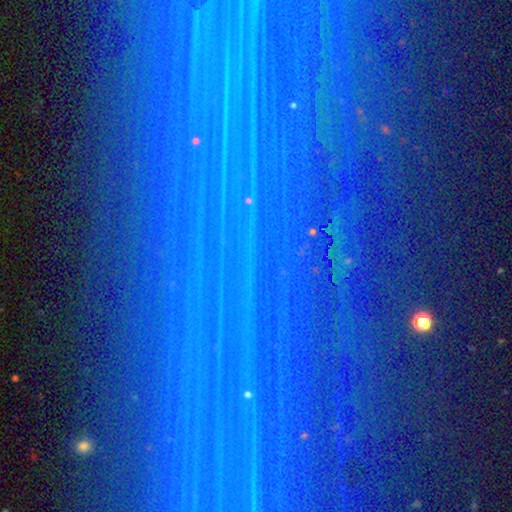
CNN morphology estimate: Smooth or featured? Predicted: star or artifact (p=0.85).